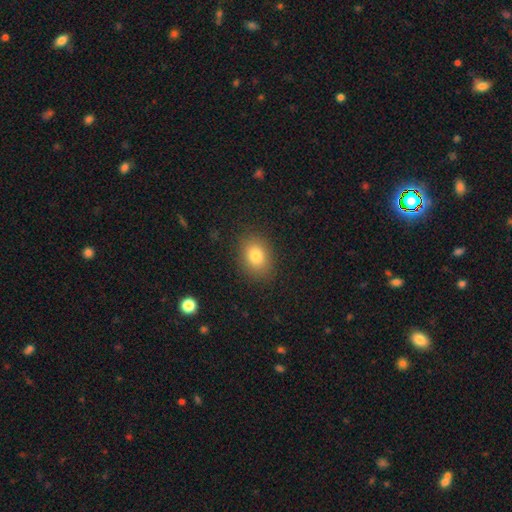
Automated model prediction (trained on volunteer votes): smooth 81%, star or artifact 11%, featured or disk 9%. Down the decision tree: how rounded — in between (64%); merging — none (87%).